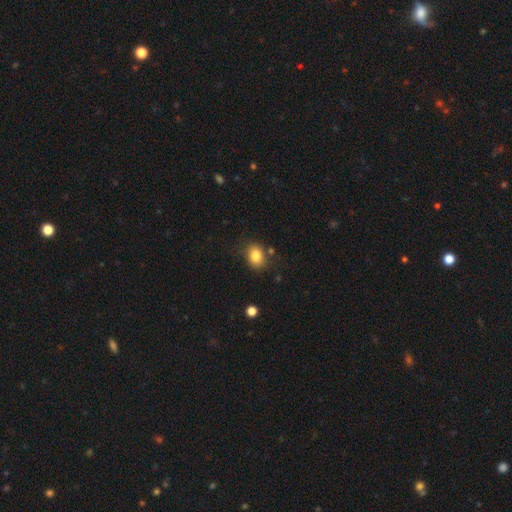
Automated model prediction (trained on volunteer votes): The model was most divided on "how rounded": in between: 54%, round: 45%, cigar-shaped: 1%. More confident: smooth or featured — smooth (84%); merging — none (76%).